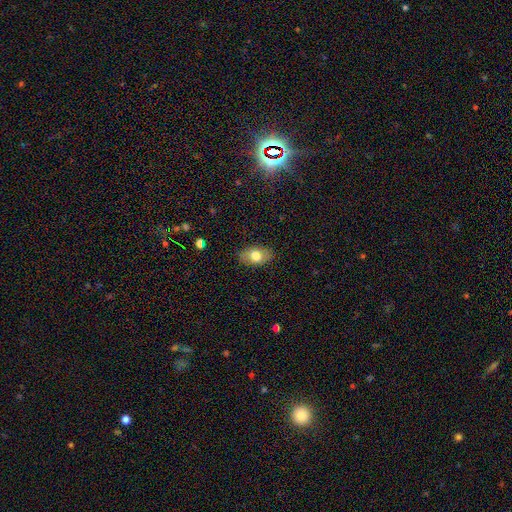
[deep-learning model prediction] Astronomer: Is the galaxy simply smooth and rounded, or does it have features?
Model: smooth — 74%.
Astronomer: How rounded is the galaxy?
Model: in between — 89%.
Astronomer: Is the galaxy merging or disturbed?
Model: none — 85%.